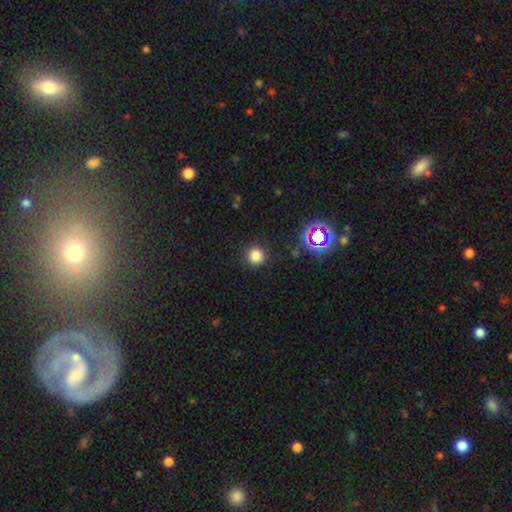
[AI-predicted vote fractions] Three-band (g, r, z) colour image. It shows a smooth galaxy with no disk features (78%) that is round (93%). Merging: none (89%).